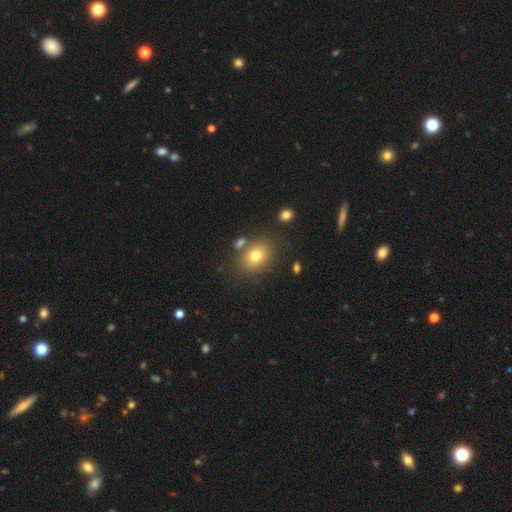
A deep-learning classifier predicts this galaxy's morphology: A smooth galaxy with no disk features (76%) that is in between round and cigar-shaped (59%).

Vote fractions:
- Smooth or featured? smooth: 76% / featured or disk: 12% / star or artifact: 12%
- How rounded? in between: 59% / round: 40% / cigar-shaped: 1%
- Merging? none: 74% / minor disturbance: 12% / merger: 10% / major disturbance: 4%